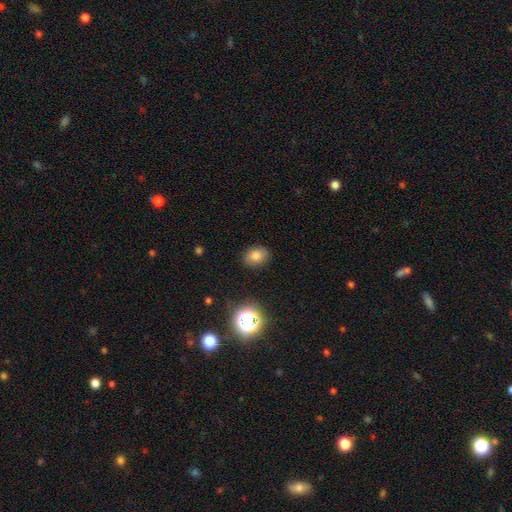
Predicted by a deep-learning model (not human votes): Smooth or featured?
  - smooth: 79% *
  - star or artifact: 14%
  - featured or disk: 7%
How rounded?
  - in between: 63% *
  - round: 36%
  - cigar-shaped: 1%
Merging?
  - none: 85% *
  - minor disturbance: 11%
  - major disturbance: 3%
  - merger: 1%